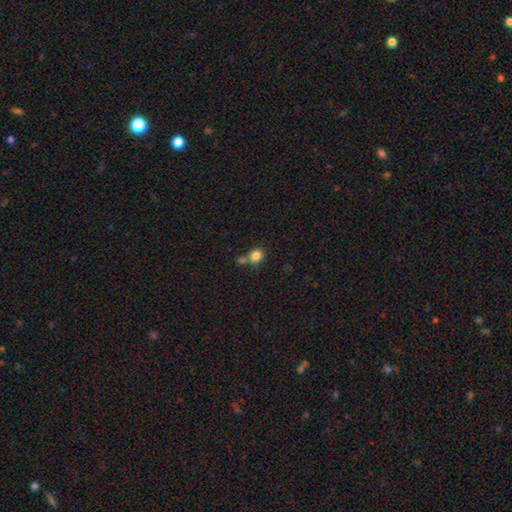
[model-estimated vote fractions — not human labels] This appears to be a smooth galaxy with no disk features (83%) that is round (78%). Merging: none (52%).